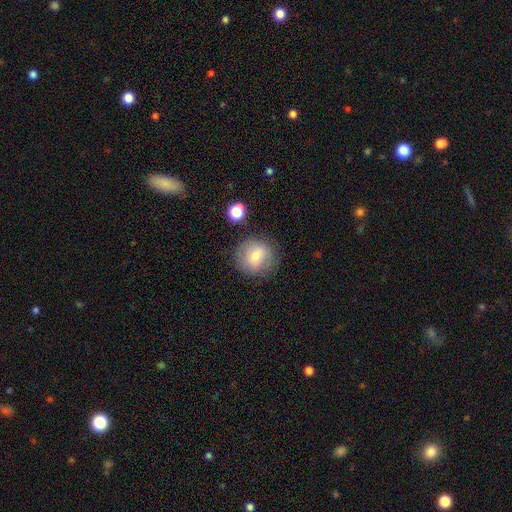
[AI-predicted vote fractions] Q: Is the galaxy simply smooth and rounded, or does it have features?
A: smooth — 74%.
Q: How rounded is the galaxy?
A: round — 88%.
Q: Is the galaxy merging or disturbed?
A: none — 80%.